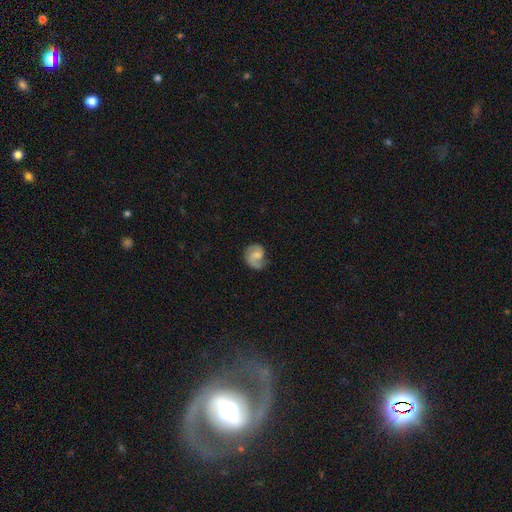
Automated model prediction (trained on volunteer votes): featured or disk 58%, smooth 35%, star or artifact 7%. Down the decision tree: edge-on disk — no (98%); bar — no (49%); spiral arms — yes (90%); spiral arm count — 2 (65%); spiral winding — medium (45%); bulge size — small (34%, tied with moderate); merging — none (62%).